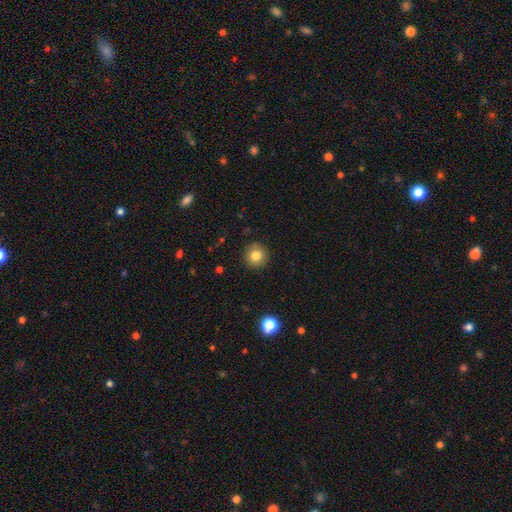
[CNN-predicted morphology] type=smooth (81%); roundness=round (94%); merging=none (91%).